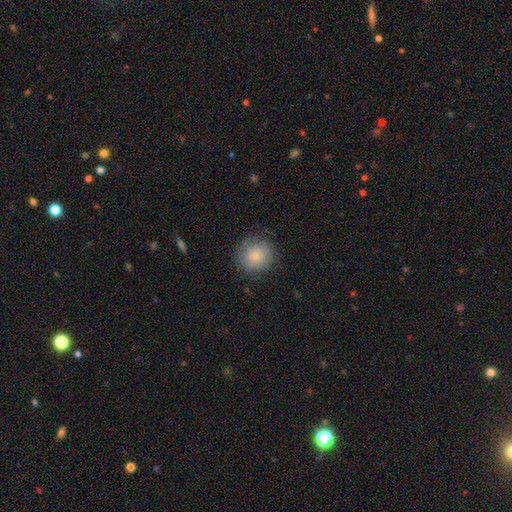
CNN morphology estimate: Q: Smooth or featured?
A: smooth (78%); runner-up: featured or disk (14%)
Q: How rounded?
A: round (92%); runner-up: in between (8%)
Q: Merging?
A: none (81%); runner-up: minor disturbance (13%)